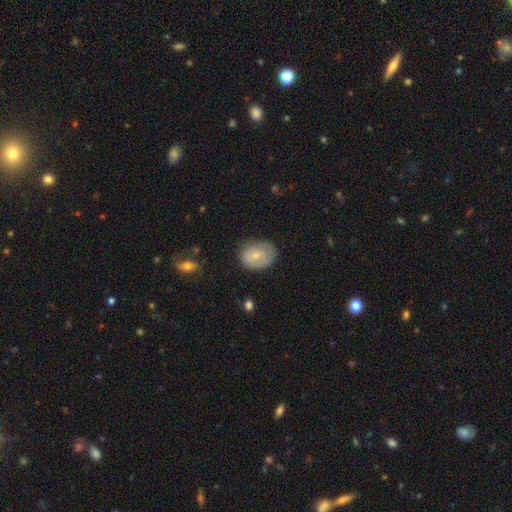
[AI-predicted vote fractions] smooth_or_featured: smooth (p=0.70) [alt: featured or disk p=0.22]
how_rounded: in between (p=0.55) [alt: round p=0.44]
merging: none (p=0.72) [alt: minor disturbance p=0.21]